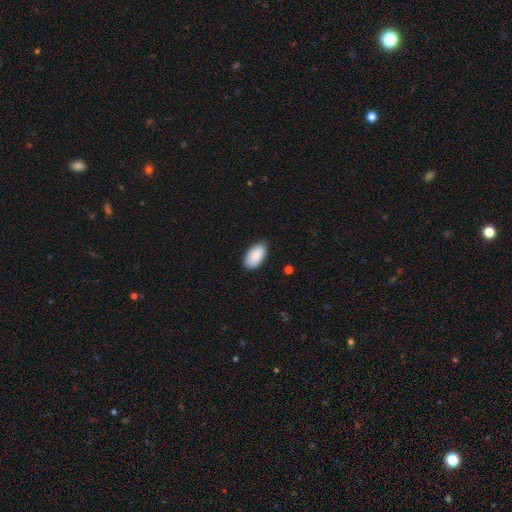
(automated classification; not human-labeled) Q: Smooth or featured?
A: smooth (91%); runner-up: star or artifact (6%)
Q: How rounded?
A: in between (96%); runner-up: round (2%)
Q: Merging?
A: none (85%); runner-up: minor disturbance (12%)